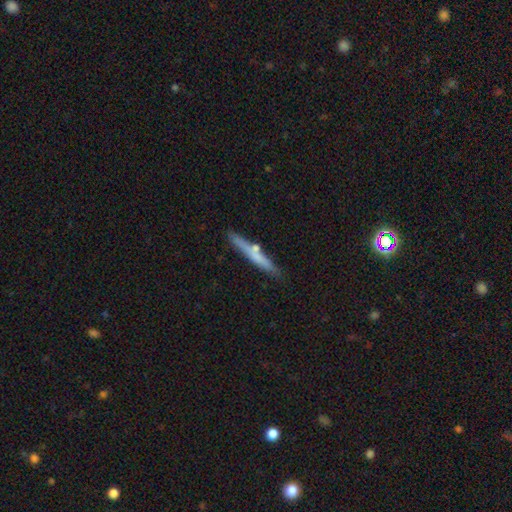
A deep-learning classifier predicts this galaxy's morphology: This is possibly a smooth galaxy (53%). How rounded: clearly cigar-shaped (94%). Merging: likely none (80%).